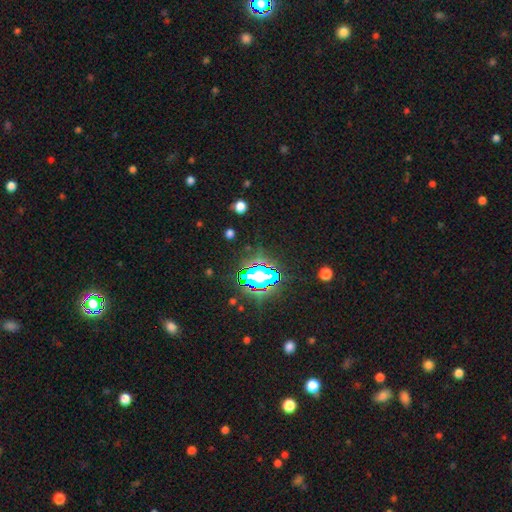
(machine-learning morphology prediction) smooth-or-featured: star or artifact: 83% | smooth: 10% | featured or disk: 7%